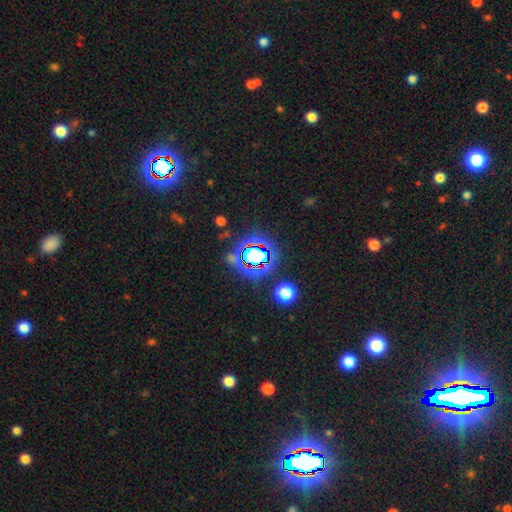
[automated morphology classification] smooth-or-featured: star or artifact: 77% | smooth: 15% | featured or disk: 8%